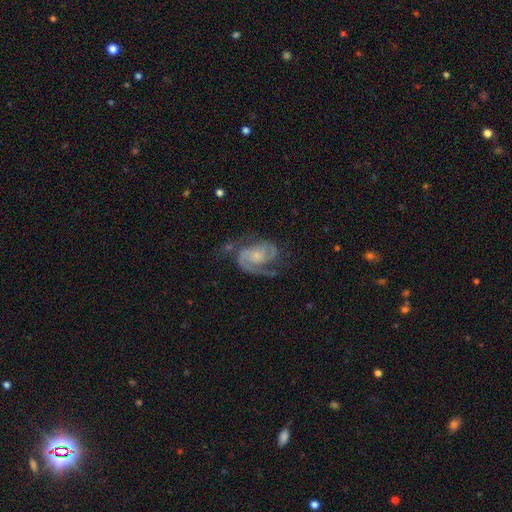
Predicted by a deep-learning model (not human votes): This appears to be a featured or disk galaxy (88%) with no bar (60%), 2 (85%) medium (50%) spiral arms (97%) and a small central bulge (63%). Merging: none (59%).